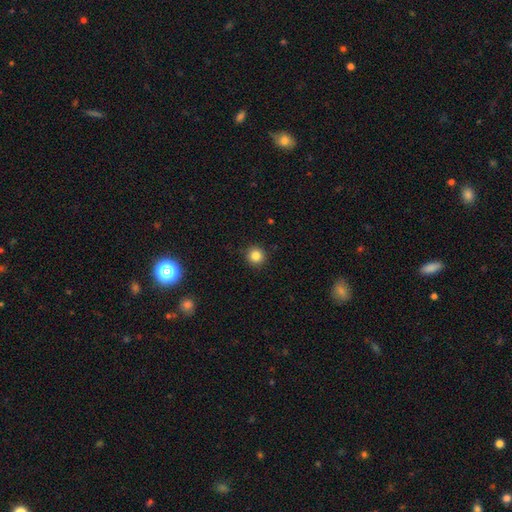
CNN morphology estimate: Smooth or featured: smooth — 84% (star or artifact — 12%)
How rounded: round — 95% (in between — 4%)
Merging: none — 91% (minor disturbance — 6%)